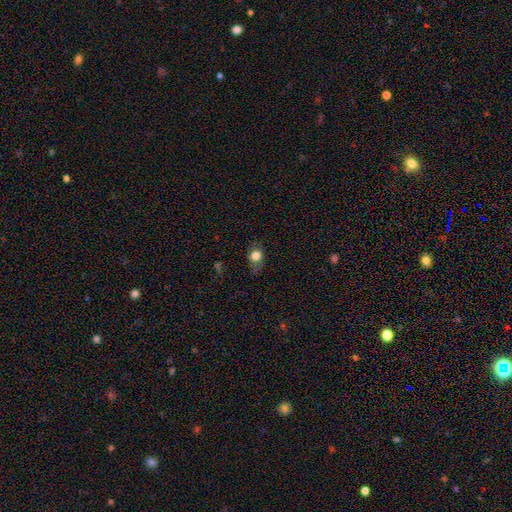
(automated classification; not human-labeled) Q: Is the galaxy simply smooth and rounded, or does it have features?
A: smooth — 78%.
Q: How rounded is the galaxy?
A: round — 62%.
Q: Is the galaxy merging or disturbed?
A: none — 60%.